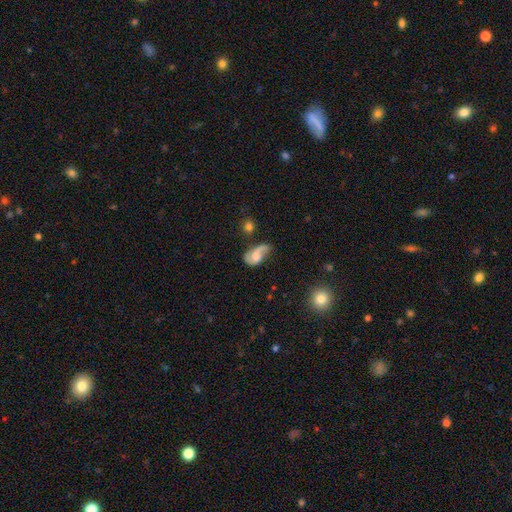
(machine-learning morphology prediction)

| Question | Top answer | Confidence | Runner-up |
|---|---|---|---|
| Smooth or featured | featured or disk | 68% | smooth (25%) |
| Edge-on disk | no | 97% | yes (3%) |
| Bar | no | 62% | weak (32%) |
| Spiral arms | yes | 88% | no (12%) |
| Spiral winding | loose | 52% | medium (36%) |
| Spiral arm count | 2 | 71% | 1 (20%) |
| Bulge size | moderate | 51% | small (24%) |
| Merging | none | 40% | minor disturbance (27%) |